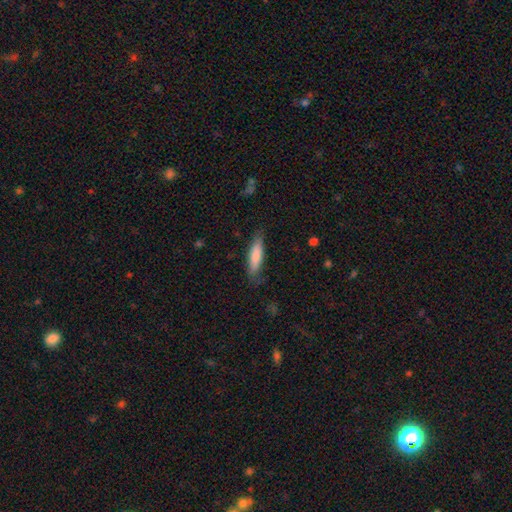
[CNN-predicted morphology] Smooth or featured? smooth (80%)
How rounded? cigar-shaped (72%)
Merging? none (78%)